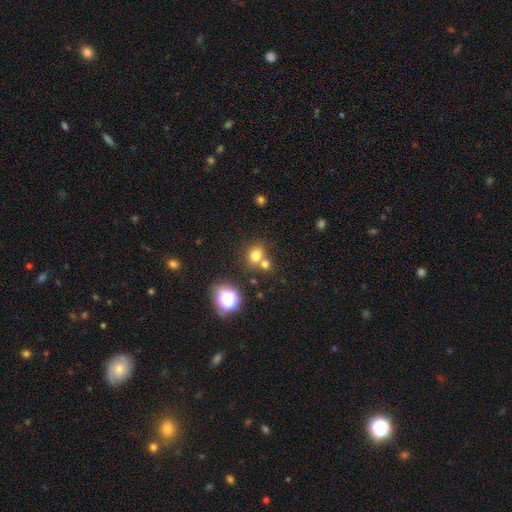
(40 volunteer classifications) Smooth or featured?
  - smooth: 88% *
  - star or artifact: 8%
  - featured or disk: 5%
How rounded?
  - round: 77% *
  - in between: 23%
  - cigar-shaped: 0%
Merging?
  - none: 49% *
  - merger: 35%
  - minor disturbance: 14%
  - major disturbance: 3%